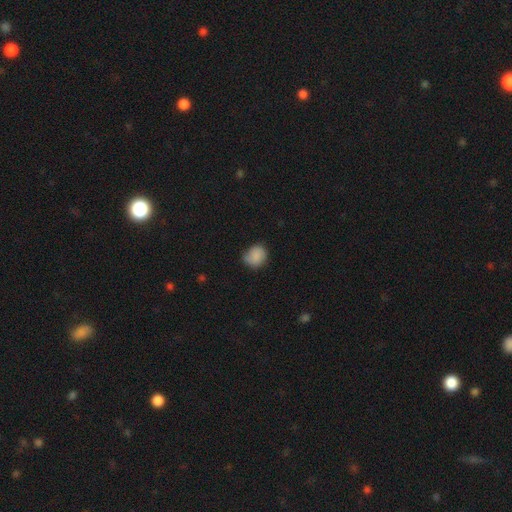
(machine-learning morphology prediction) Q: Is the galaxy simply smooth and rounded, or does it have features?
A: smooth — 84%.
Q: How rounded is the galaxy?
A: round — 74%.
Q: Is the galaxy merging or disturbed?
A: none — 65%.